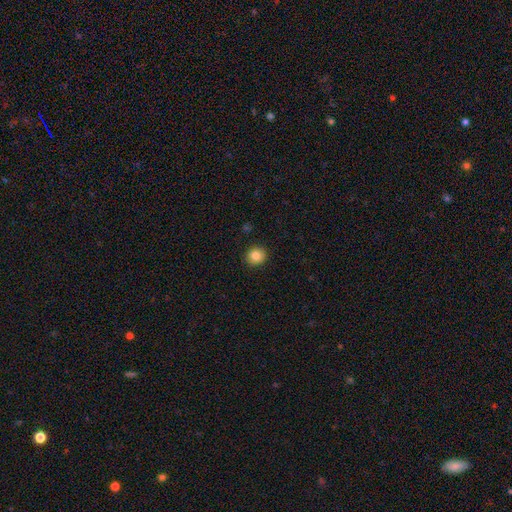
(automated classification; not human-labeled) Smooth or featured? smooth (84%)
How rounded? round (89%)
Merging? none (92%)